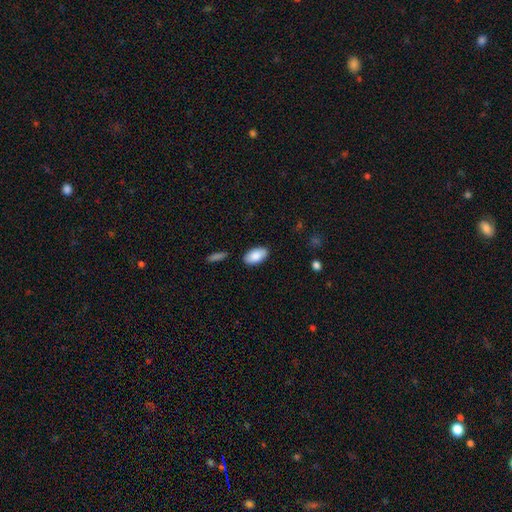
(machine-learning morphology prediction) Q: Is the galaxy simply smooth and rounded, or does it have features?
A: smooth — 88%.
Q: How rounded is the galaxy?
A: in between — 95%.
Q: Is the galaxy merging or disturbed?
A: none — 86%.